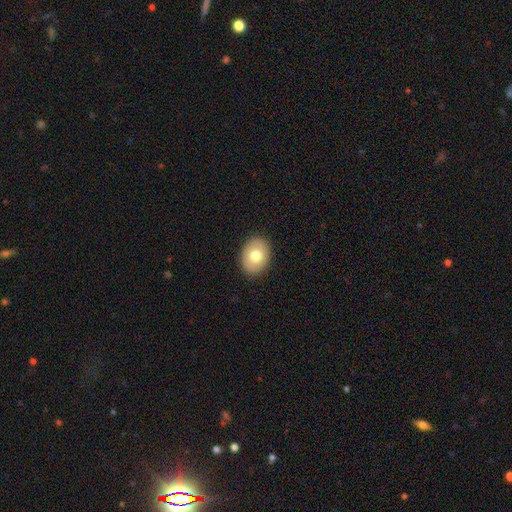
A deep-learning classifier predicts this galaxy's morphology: smooth 75%, featured or disk 17%, star or artifact 8%. Down the decision tree: how rounded — in between (58%); merging — none (90%).